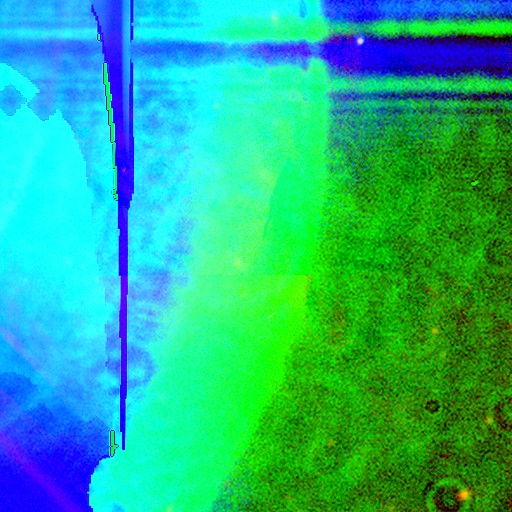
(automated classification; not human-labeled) star or artifact 80%, featured or disk 12%, smooth 8%.